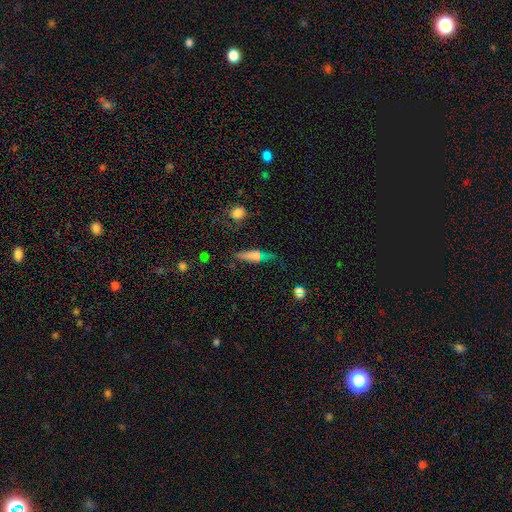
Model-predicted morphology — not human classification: Q: Smooth or featured?
A: smooth (58%); runner-up: featured or disk (29%)
Q: How rounded?
A: cigar-shaped (69%); runner-up: in between (26%)
Q: Merging?
A: none (61%); runner-up: minor disturbance (22%)